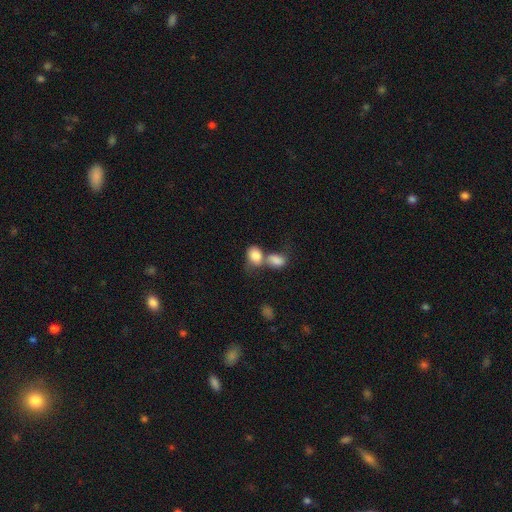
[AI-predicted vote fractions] Overall: smooth (82%). How rounded: in between (70%). Merging: merger (65%).